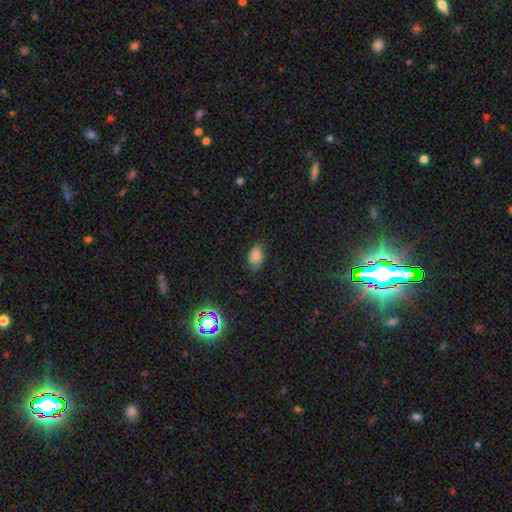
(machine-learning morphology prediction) Smooth or featured?
  - smooth: 78% *
  - star or artifact: 13%
  - featured or disk: 9%
How rounded?
  - in between: 85% *
  - round: 14%
  - cigar-shaped: 1%
Merging?
  - none: 73% *
  - minor disturbance: 22%
  - major disturbance: 4%
  - merger: 1%